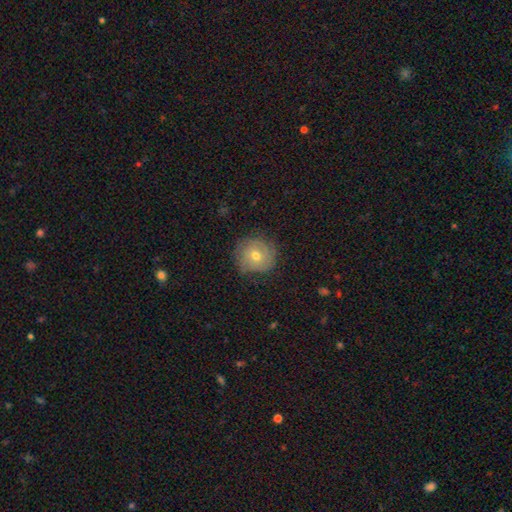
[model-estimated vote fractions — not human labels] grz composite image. It shows a smooth galaxy with no disk features (49%). Merging: none (72%).